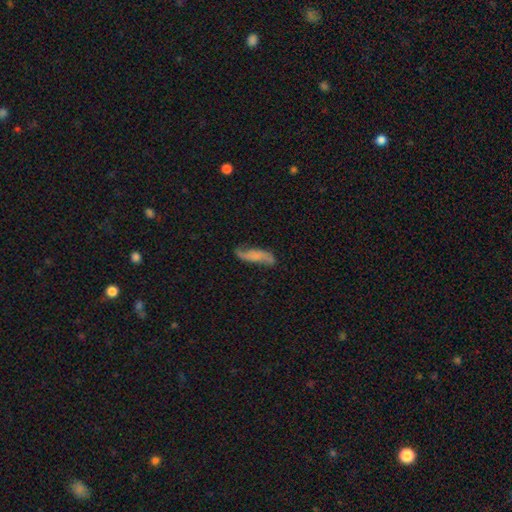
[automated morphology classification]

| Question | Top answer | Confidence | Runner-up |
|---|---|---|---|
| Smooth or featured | featured or disk | 56% | smooth (36%) |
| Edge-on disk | no | 82% | yes (18%) |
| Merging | none | 67% | minor disturbance (22%) |